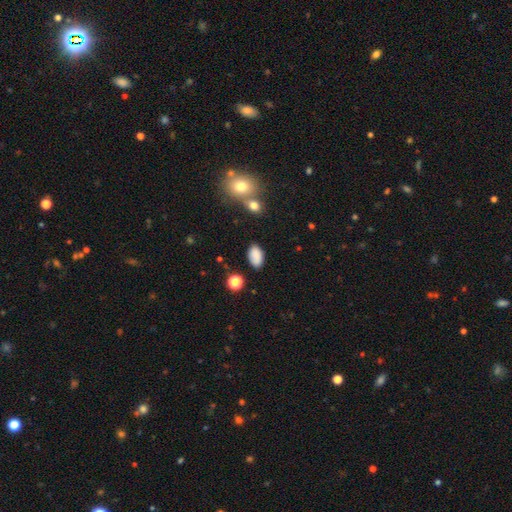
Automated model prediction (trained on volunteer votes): This appears to be a smooth galaxy with no disk features (86%) that is in between round and cigar-shaped (93%). Merging: none (81%).